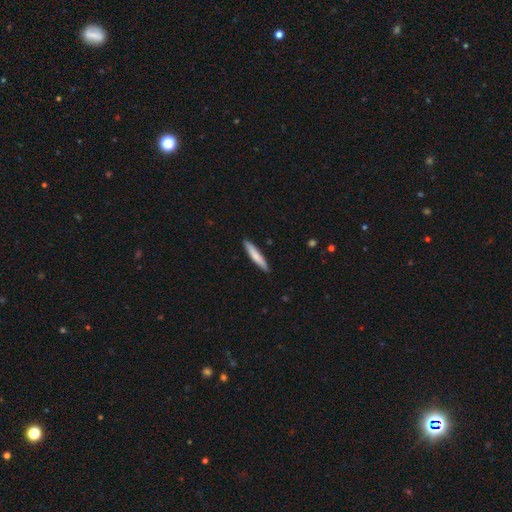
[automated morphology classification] This is likely a smooth galaxy (75%). How rounded: clearly cigar-shaped (90%). Merging: clearly none (90%).